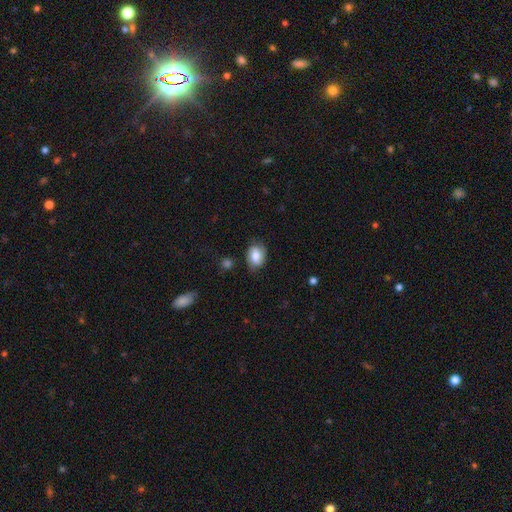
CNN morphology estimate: Overall: smooth (72%). How rounded: in between (73%). Merging: none (74%).